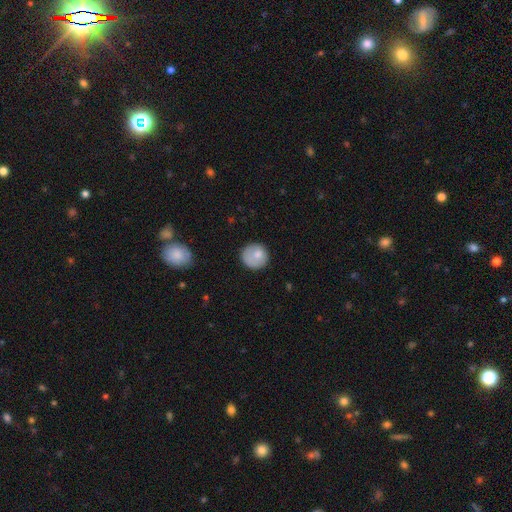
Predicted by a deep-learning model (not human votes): smooth 77%, featured or disk 15%, star or artifact 8%. Down the decision tree: how rounded — round (89%); merging — none (75%).